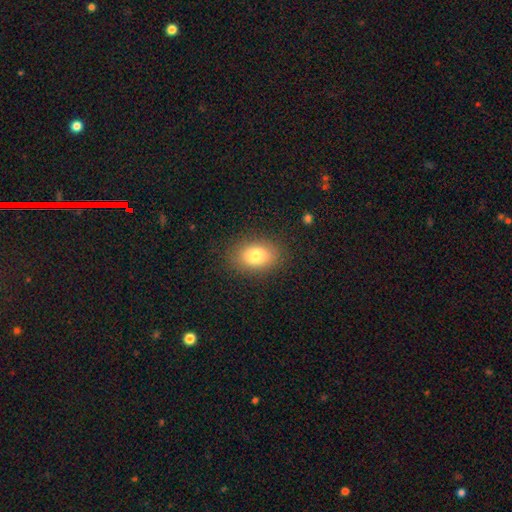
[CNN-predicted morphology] Smooth or featured: smooth — 80% (featured or disk — 10%)
How rounded: in between — 75% (round — 24%)
Merging: none — 85% (minor disturbance — 10%)